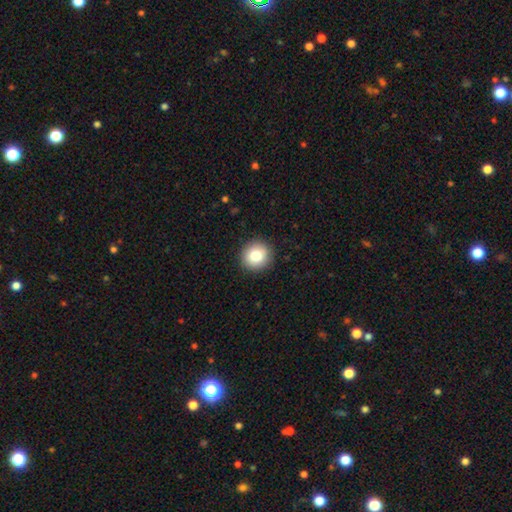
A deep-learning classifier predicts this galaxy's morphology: smooth-or-featured: smooth: 81% | star or artifact: 10% | featured or disk: 9%
  how-rounded: round: 92% | in between: 7% | cigar-shaped: 1%
  merging: none: 91% | minor disturbance: 6% | major disturbance: 2% | merger: 1%